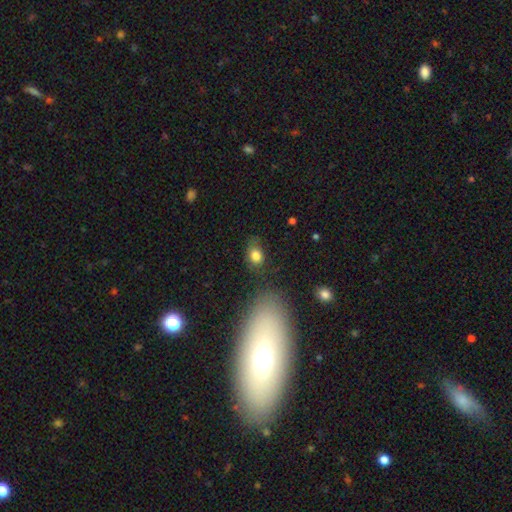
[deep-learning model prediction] smooth_or_featured: smooth (p=0.82) [alt: star or artifact p=0.10]
how_rounded: in between (p=0.64) [alt: round p=0.34]
merging: none (p=0.69) [alt: minor disturbance p=0.20]